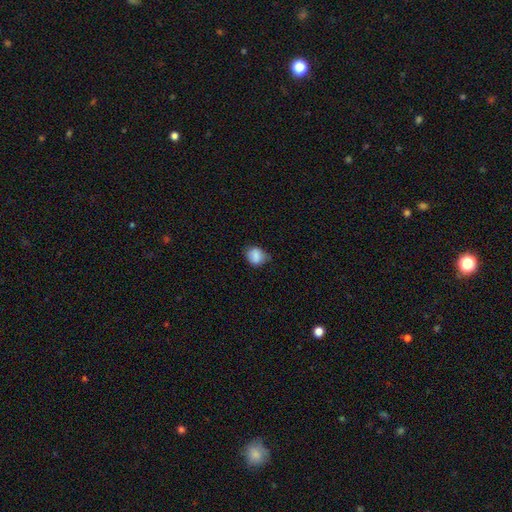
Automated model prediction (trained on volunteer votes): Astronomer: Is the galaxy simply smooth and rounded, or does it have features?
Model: smooth — 84%.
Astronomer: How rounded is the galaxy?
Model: round — 59% (runner-up: in between, 40%).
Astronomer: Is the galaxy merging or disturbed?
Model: none — 66%.